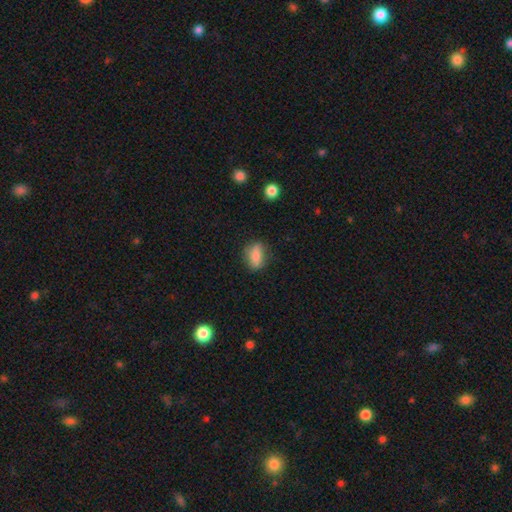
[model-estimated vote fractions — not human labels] smooth_or_featured: smooth (p=0.75) [alt: featured or disk p=0.17]
how_rounded: in between (p=0.72) [alt: round p=0.16]
merging: none (p=0.78) [alt: minor disturbance p=0.16]